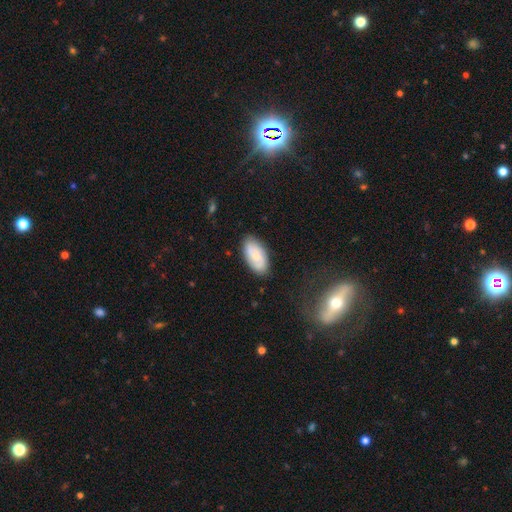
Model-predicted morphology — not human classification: A smooth galaxy with no disk features (54%) that is in between round and cigar-shaped (93%).

Vote fractions:
- Smooth or featured? smooth: 54% / featured or disk: 39% / star or artifact: 7%
- How rounded? in between: 93% / cigar-shaped: 4% / round: 4%
- Merging? none: 80% / minor disturbance: 15% / major disturbance: 3% / merger: 2%